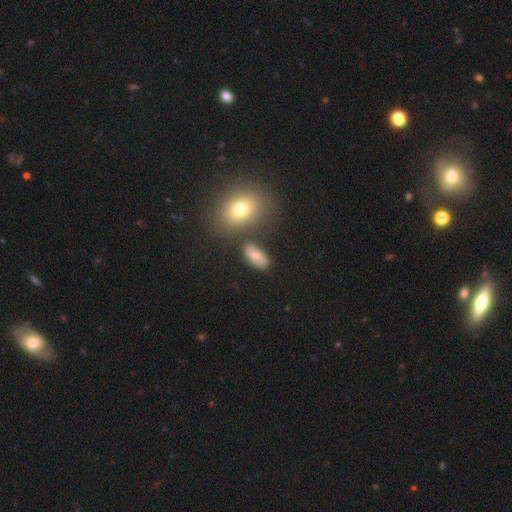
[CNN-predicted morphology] Smooth or featured? Predicted: smooth (p=0.69). How rounded? Predicted: in between (p=0.83). Merging? Predicted: none (p=0.75).